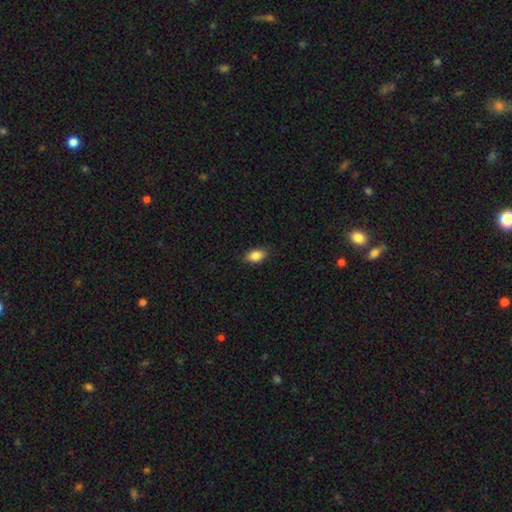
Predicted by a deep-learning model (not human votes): smooth-or-featured: smooth: 86% | star or artifact: 8% | featured or disk: 7%
  how-rounded: in between: 87% | round: 10% | cigar-shaped: 3%
  merging: none: 86% | minor disturbance: 11% | major disturbance: 2% | merger: 1%